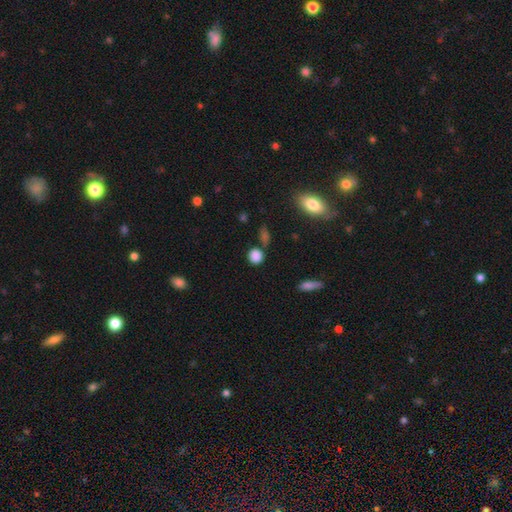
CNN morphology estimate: Q: Smooth or featured?
A: smooth (83%); runner-up: star or artifact (12%)
Q: How rounded?
A: round (85%); runner-up: in between (13%)
Q: Merging?
A: none (73%); runner-up: minor disturbance (12%)